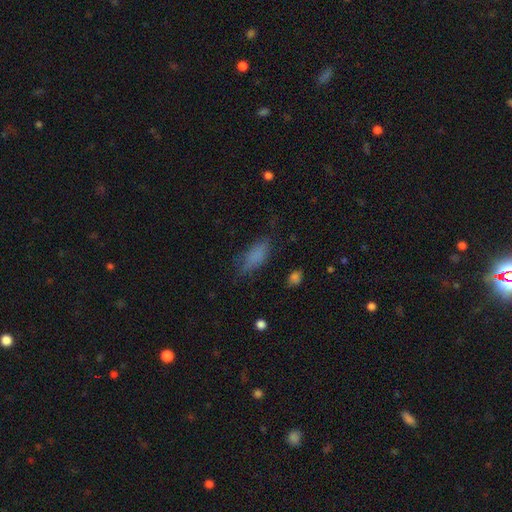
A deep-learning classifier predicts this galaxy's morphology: Smooth or featured? Predicted: smooth (p=0.77). How rounded? Predicted: in between (p=0.77). Merging? Predicted: none (p=0.61).